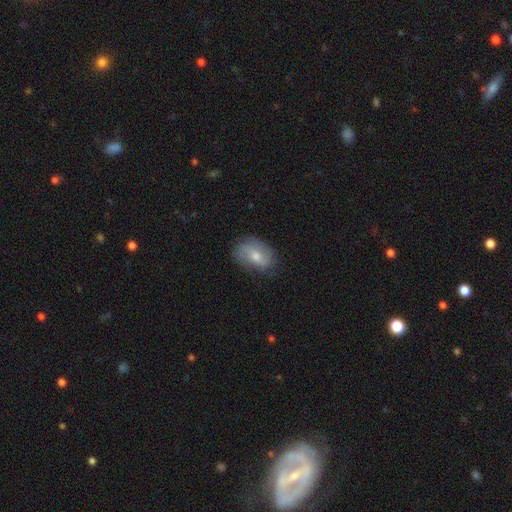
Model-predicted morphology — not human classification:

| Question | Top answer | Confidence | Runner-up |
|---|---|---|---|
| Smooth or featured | smooth | 48% | featured or disk (43%) |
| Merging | none | 71% | minor disturbance (22%) |